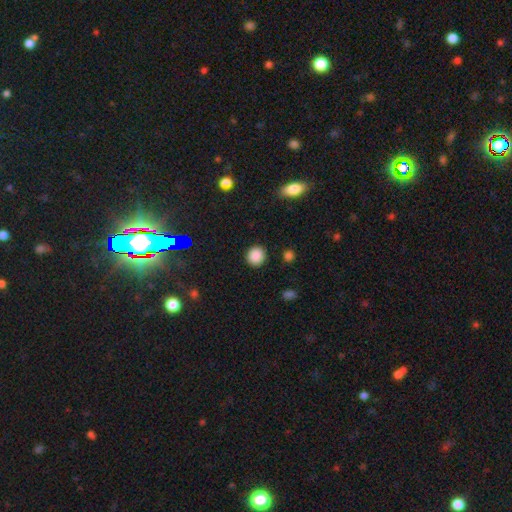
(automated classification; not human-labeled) Q: Smooth or featured?
A: smooth (86%); runner-up: star or artifact (11%)
Q: How rounded?
A: round (89%); runner-up: in between (10%)
Q: Merging?
A: none (90%); runner-up: minor disturbance (6%)